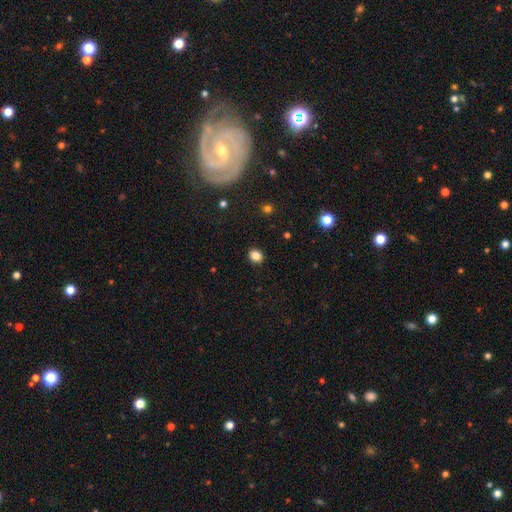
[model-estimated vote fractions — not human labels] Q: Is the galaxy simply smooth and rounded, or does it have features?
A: smooth — 85%.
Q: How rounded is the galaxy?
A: round — 58%.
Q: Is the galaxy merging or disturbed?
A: none — 91%.